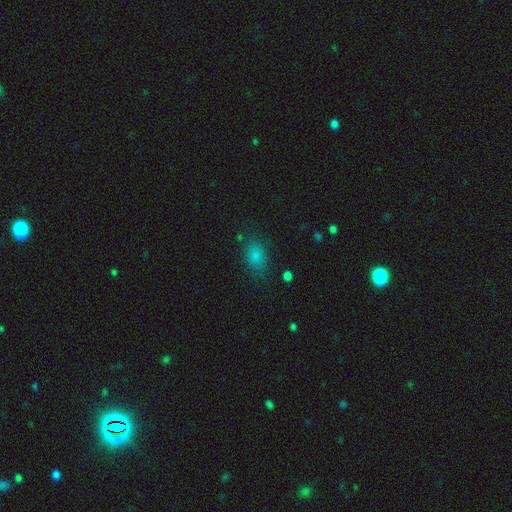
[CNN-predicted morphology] smooth_or_featured: smooth (p=0.78) [alt: star or artifact p=0.14]
how_rounded: in between (p=0.78) [alt: round p=0.20]
merging: none (p=0.76) [alt: minor disturbance p=0.16]